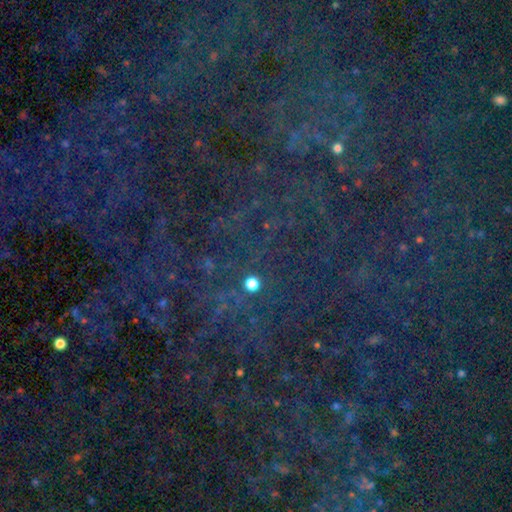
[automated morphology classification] star or artifact 81%, smooth 11%, featured or disk 7%.